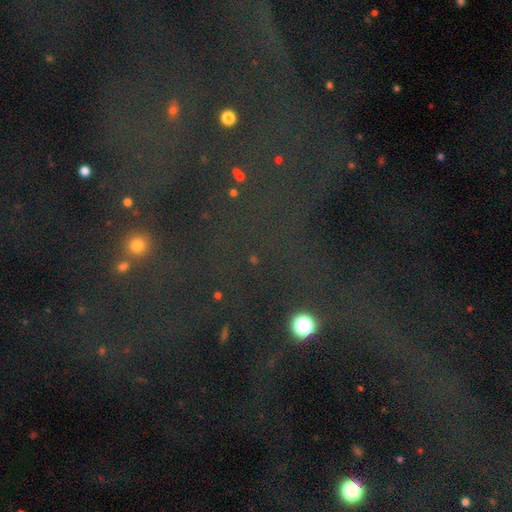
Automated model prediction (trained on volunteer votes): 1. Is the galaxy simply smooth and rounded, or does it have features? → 74% star or artifact, 13% smooth, 12% featured or disk.